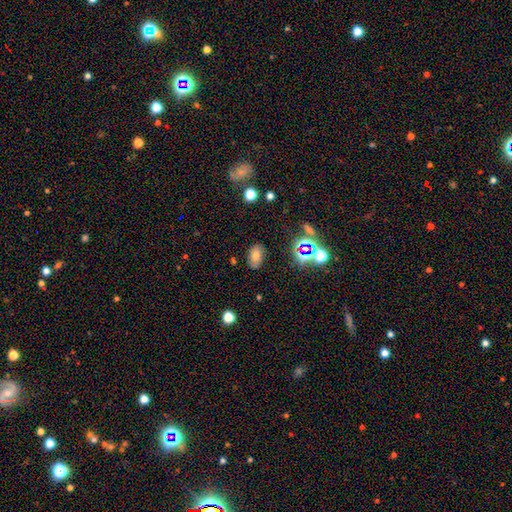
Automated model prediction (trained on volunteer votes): Q: Smooth or featured?
A: smooth (64%); runner-up: star or artifact (19%)
Q: How rounded?
A: in between (88%); runner-up: round (11%)
Q: Merging?
A: none (80%); runner-up: minor disturbance (13%)